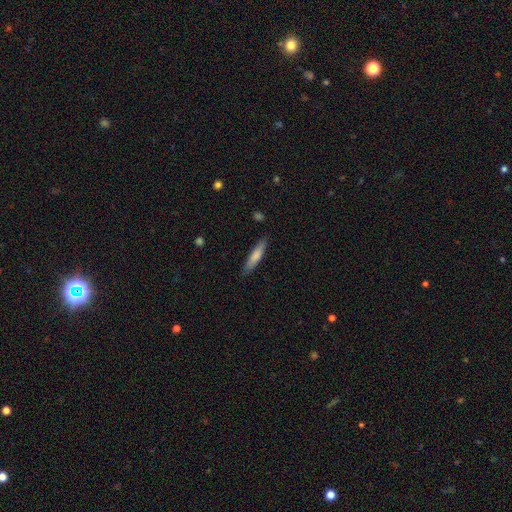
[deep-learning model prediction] Smooth or featured: smooth — 75% (featured or disk — 19%)
How rounded: cigar-shaped — 84% (in between — 14%)
Merging: none — 86% (minor disturbance — 11%)